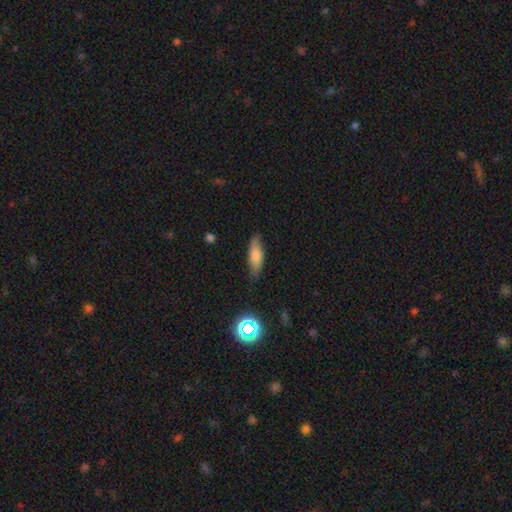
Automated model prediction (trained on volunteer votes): Smooth or featured? Predicted: smooth (p=0.72). How rounded? Predicted: in between (p=0.49, tied with cigar-shaped). Merging? Predicted: none (p=0.79).